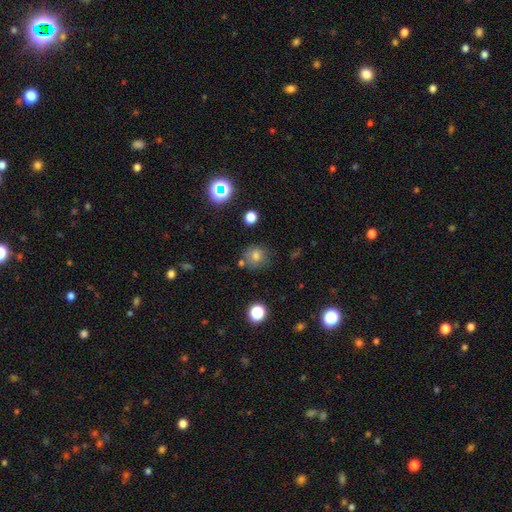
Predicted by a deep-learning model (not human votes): A smooth galaxy with no disk features (74%) that is round (87%).

Vote fractions:
- Smooth or featured? smooth: 74% / star or artifact: 16% / featured or disk: 10%
- How rounded? round: 87% / in between: 12% / cigar-shaped: 1%
- Merging? none: 74% / minor disturbance: 15% / merger: 7% / major disturbance: 5%